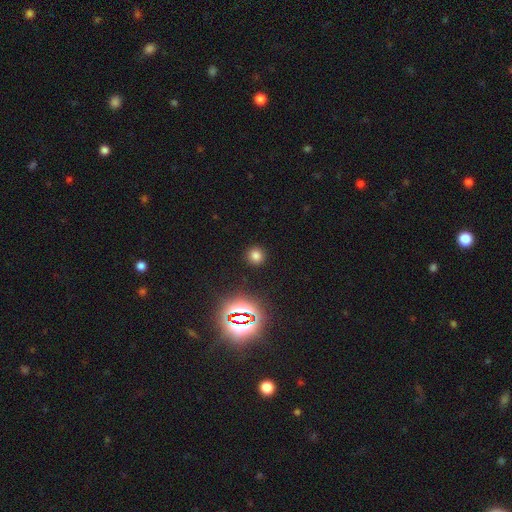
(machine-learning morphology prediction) Q: Smooth or featured?
A: smooth (72%); runner-up: star or artifact (22%)
Q: How rounded?
A: round (91%); runner-up: in between (8%)
Q: Merging?
A: none (90%); runner-up: minor disturbance (6%)